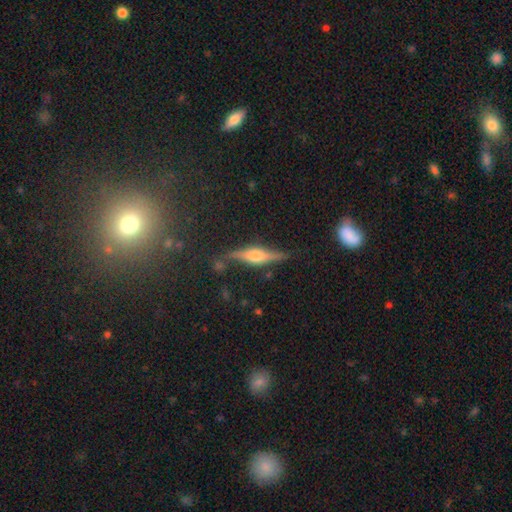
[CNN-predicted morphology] This is likely a featured or disk galaxy (71%). It is clearly viewed edge-on (93%). Edge-on bulge: clearly rounded (86%). Merging: likely none (77%).